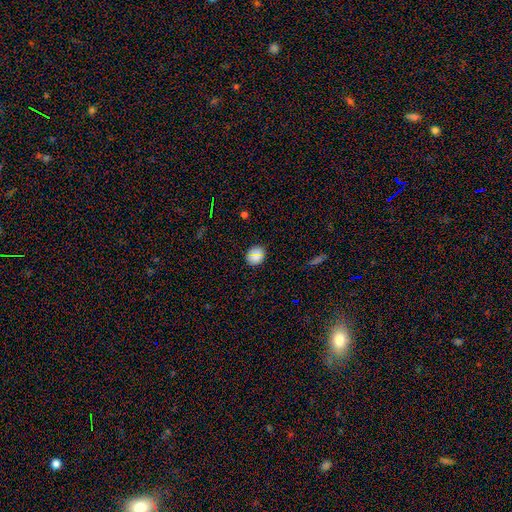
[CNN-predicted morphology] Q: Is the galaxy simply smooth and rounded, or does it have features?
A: smooth — 81%.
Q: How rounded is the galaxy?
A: round — 69%.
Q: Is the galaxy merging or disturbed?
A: none — 85%.